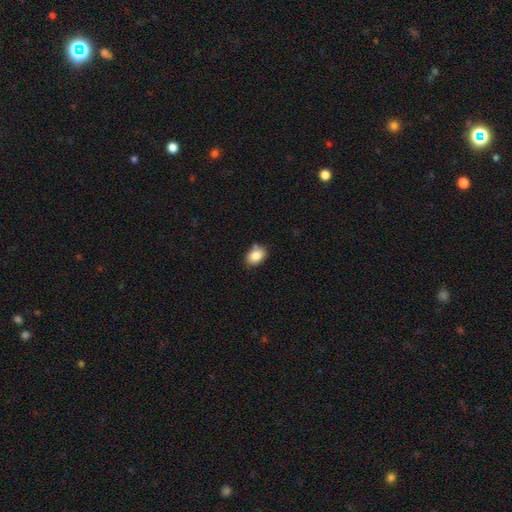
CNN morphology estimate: smooth 85%, star or artifact 8%, featured or disk 7%. Down the decision tree: how rounded — in between (79%); merging — none (76%).